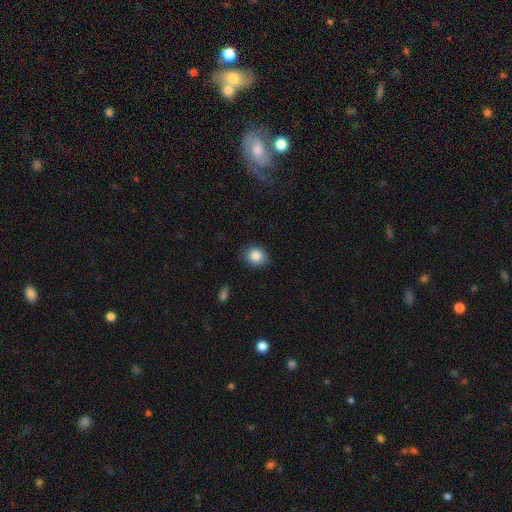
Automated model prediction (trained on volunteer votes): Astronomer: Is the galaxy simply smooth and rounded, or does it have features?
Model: smooth — 86%.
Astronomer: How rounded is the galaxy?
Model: round — 67%.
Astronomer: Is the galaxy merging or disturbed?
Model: none — 84%.